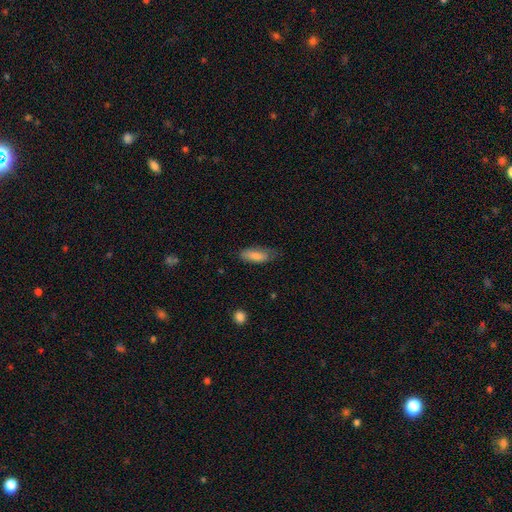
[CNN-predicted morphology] Q: Smooth or featured?
A: smooth (83%); runner-up: featured or disk (10%)
Q: How rounded?
A: in between (74%); runner-up: cigar-shaped (24%)
Q: Merging?
A: none (60%); runner-up: minor disturbance (30%)